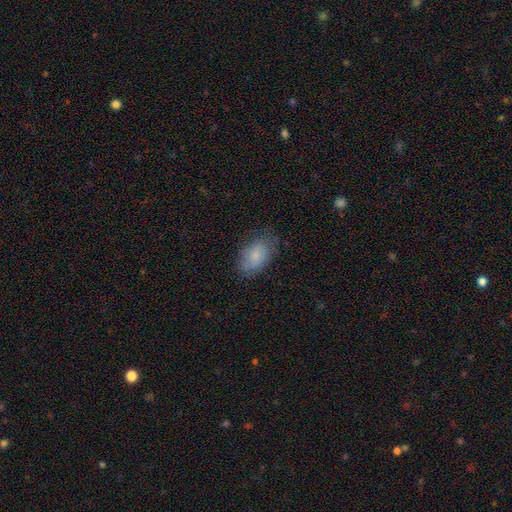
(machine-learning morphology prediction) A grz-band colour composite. It shows a smooth galaxy with no disk features (80%) that is in between round and cigar-shaped (91%). Merging: none (71%).